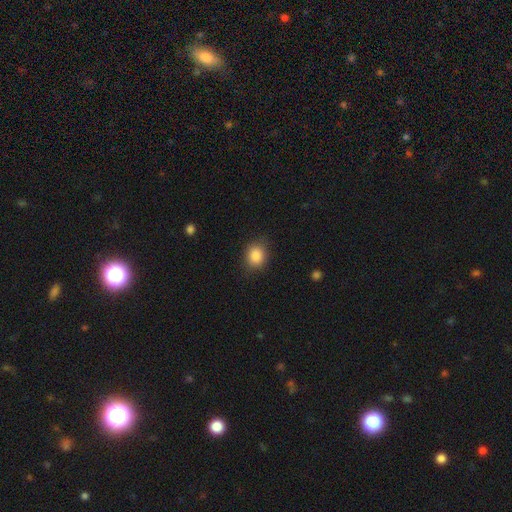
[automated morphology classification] smooth-or-featured: smooth: 85% | star or artifact: 9% | featured or disk: 5%
  how-rounded: round: 65% | in between: 34% | cigar-shaped: 1%
  merging: none: 83% | minor disturbance: 13% | major disturbance: 3% | merger: 1%